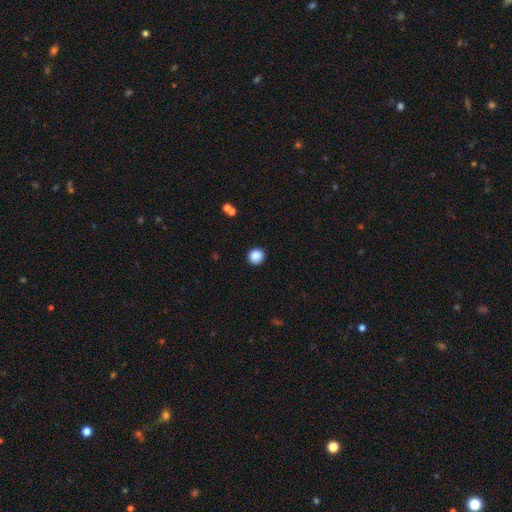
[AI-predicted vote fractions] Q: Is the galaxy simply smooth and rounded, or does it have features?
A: smooth — 88%.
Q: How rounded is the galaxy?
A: round — 88%.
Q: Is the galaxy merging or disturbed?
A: none — 90%.